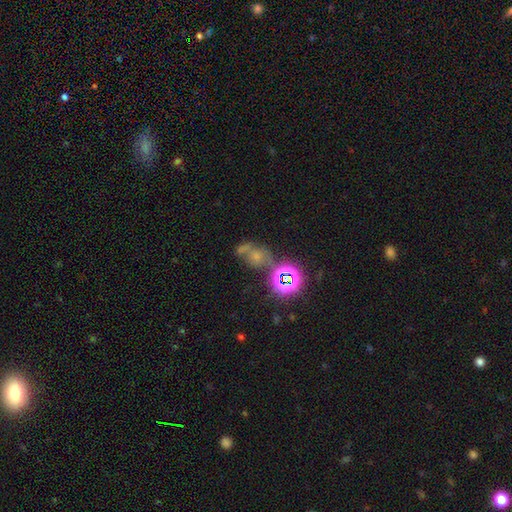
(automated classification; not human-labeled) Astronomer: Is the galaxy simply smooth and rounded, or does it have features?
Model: star or artifact — 48% (runner-up: smooth, 33%).